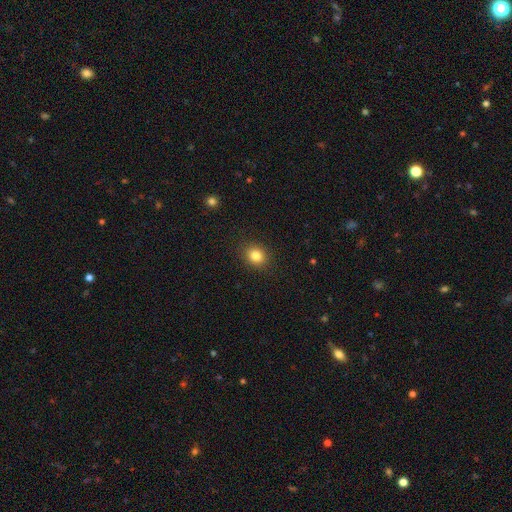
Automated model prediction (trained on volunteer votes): smooth-or-featured: smooth: 83% | star or artifact: 11% | featured or disk: 6%
  how-rounded: round: 72% | in between: 27% | cigar-shaped: 1%
  merging: none: 89% | minor disturbance: 8% | major disturbance: 2% | merger: 1%